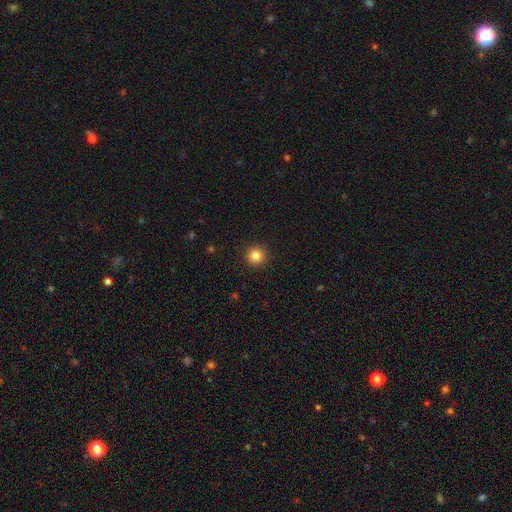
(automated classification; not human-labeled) A smooth galaxy with no disk features (85%) that is round (95%). Merging: none (92%).